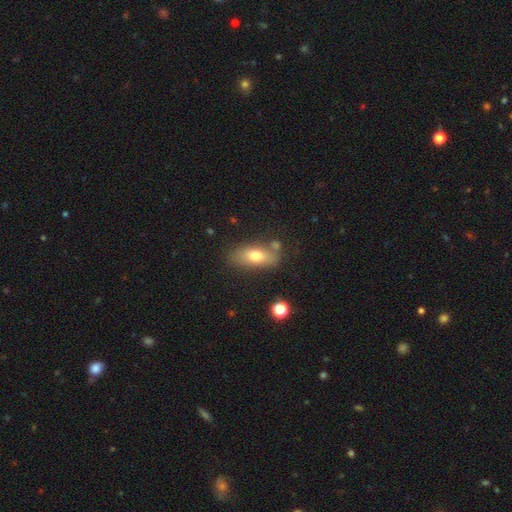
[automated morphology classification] Smooth or featured? Predicted: smooth (p=0.71). How rounded? Predicted: in between (p=0.78). Merging? Predicted: none (p=0.69).